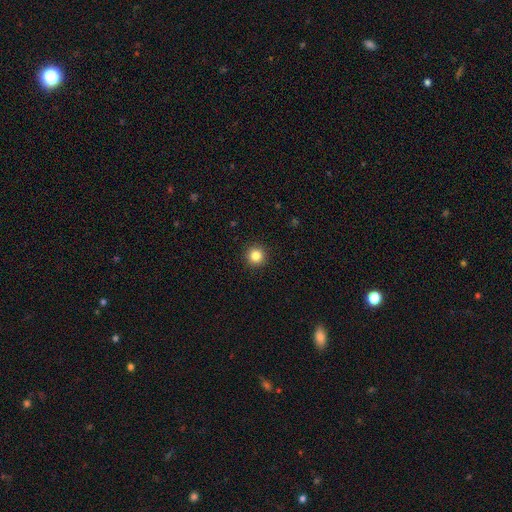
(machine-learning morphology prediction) type=smooth (84%); roundness=round (96%); merging=none (93%).